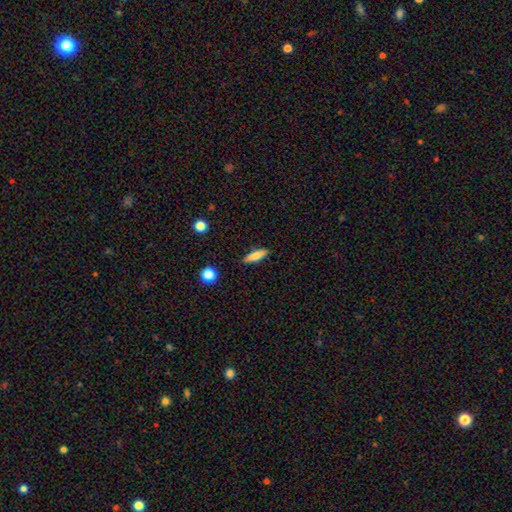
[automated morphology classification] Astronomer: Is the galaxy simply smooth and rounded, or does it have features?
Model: smooth — 73%.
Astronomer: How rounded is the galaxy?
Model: cigar-shaped — 67%.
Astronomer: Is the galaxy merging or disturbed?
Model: none — 89%.